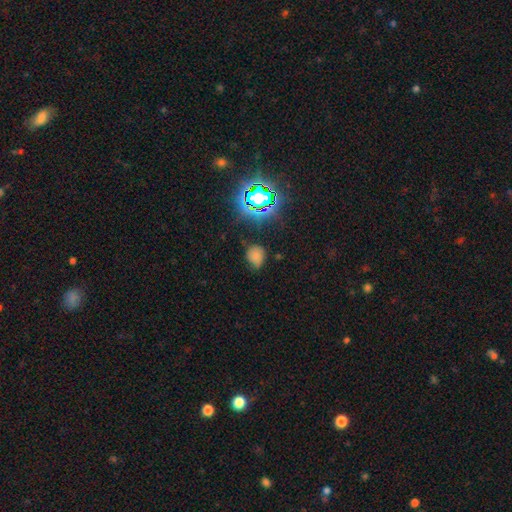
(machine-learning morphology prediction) Smooth or featured? Predicted: smooth (p=0.66). How rounded? Predicted: round (p=0.62). Merging? Predicted: none (p=0.63).